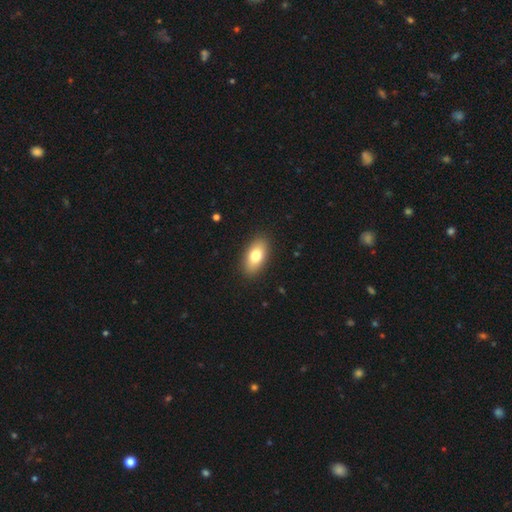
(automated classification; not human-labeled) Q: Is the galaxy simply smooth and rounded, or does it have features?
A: smooth — 78%.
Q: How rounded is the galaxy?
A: in between — 90%.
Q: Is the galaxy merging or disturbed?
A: none — 89%.